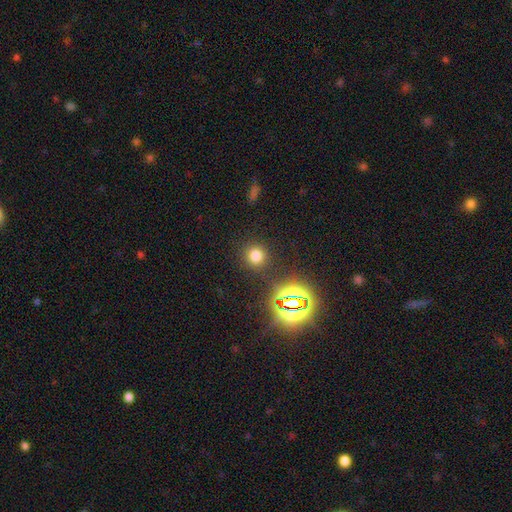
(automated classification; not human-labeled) Q: Smooth or featured?
A: smooth (70%); runner-up: star or artifact (23%)
Q: How rounded?
A: round (90%); runner-up: in between (9%)
Q: Merging?
A: none (87%); runner-up: minor disturbance (7%)